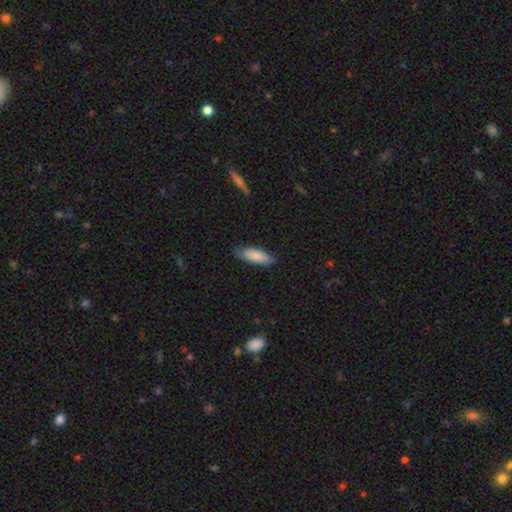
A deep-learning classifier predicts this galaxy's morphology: A smooth galaxy with no disk features (86%) that is in between round and cigar-shaped (62%). Merging: none (81%).